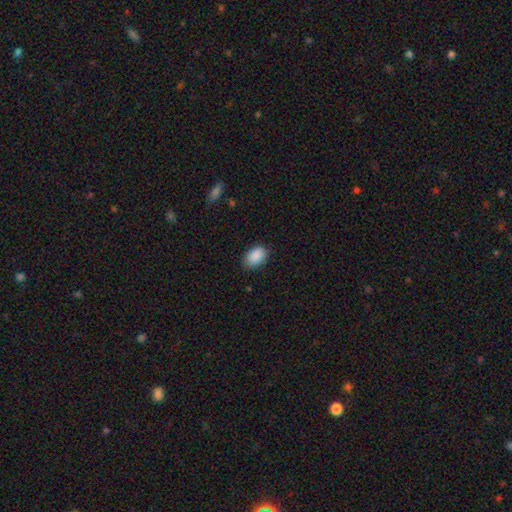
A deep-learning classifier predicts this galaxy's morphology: Smooth or featured: smooth — 90% (star or artifact — 7%)
How rounded: in between — 89% (round — 9%)
Merging: none — 84% (minor disturbance — 13%)